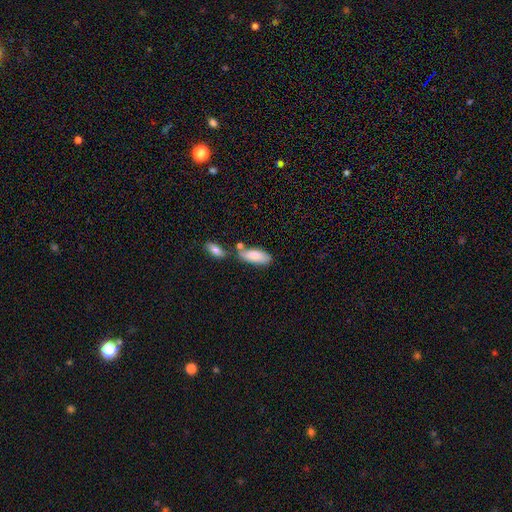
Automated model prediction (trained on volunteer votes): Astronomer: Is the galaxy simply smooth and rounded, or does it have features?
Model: smooth — 83%.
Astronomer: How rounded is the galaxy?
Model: in between — 79%.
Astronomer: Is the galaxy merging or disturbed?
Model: none — 58%.